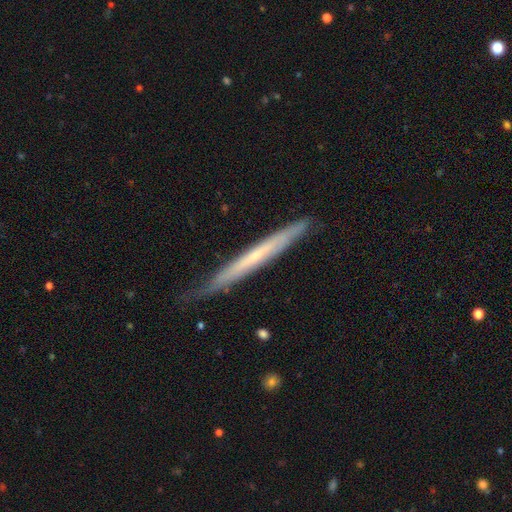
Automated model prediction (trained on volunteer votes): Smooth or featured: featured or disk — 59% (smooth — 35%)
Edge-on disk: yes — 92% (no — 8%)
Edge-on bulge: none — 72% (rounded — 25%)
Merging: none — 78% (minor disturbance — 18%)